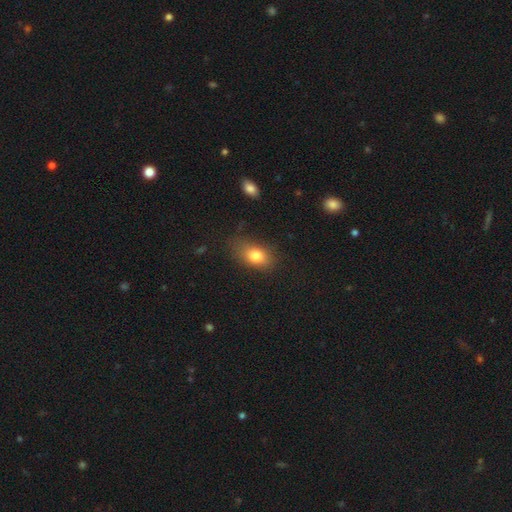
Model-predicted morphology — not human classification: This is clearly a smooth galaxy (80%). How rounded: clearly in between (81%). Merging: likely none (68%).